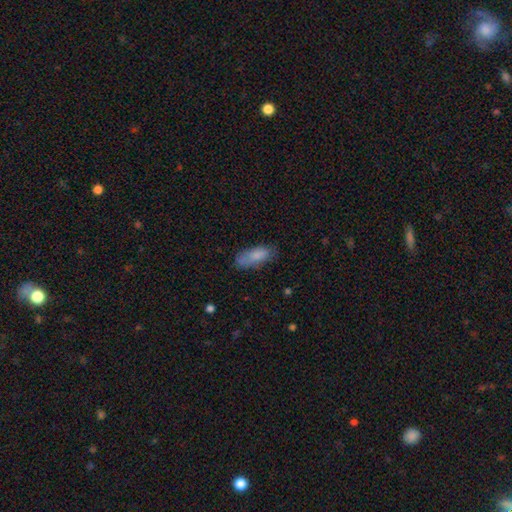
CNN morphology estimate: The model was most divided on "merging": none: 67%, minor disturbance: 24%, major disturbance: 7%, merger: 2%. More confident: smooth or featured — smooth (80%); how rounded — in between (76%).